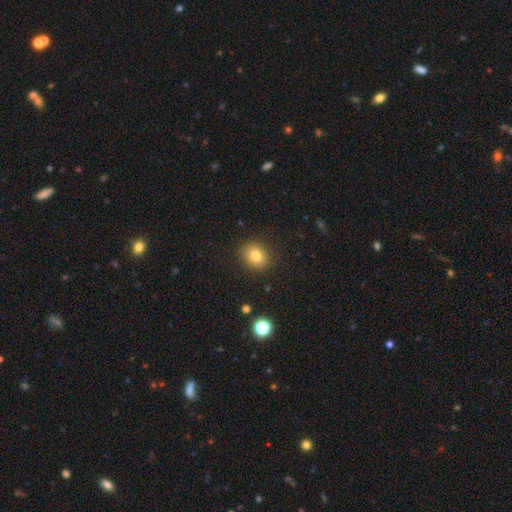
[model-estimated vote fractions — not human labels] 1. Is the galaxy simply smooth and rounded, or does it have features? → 82% smooth, 11% star or artifact, 8% featured or disk.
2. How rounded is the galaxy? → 52% in between, 46% round, 1% cigar-shaped.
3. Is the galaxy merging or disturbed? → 87% none, 9% minor disturbance, 3% major disturbance, 1% merger.